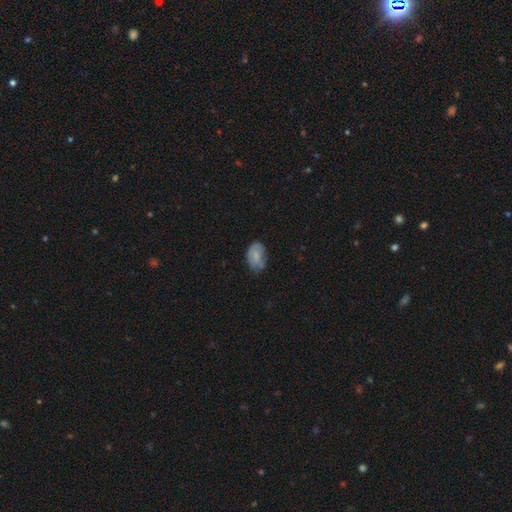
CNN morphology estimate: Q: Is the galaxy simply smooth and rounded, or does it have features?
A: smooth — 68%.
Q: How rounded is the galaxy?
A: in between — 86%.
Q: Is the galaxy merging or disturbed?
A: none — 52%.